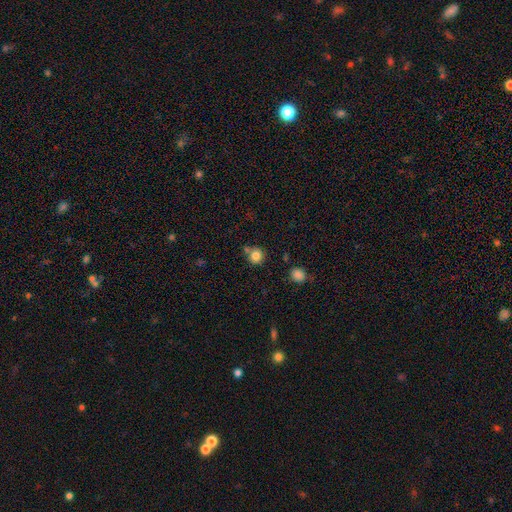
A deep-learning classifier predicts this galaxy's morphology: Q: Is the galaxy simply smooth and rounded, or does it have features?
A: smooth — 82%.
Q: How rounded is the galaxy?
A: round — 90%.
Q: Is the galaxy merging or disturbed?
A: none — 68%.